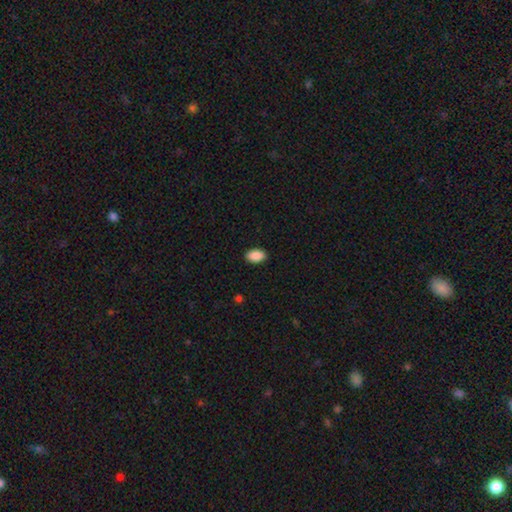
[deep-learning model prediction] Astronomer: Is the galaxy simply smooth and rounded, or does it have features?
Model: smooth — 90%.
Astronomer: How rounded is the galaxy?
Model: in between — 92%.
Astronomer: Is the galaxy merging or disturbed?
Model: none — 89%.